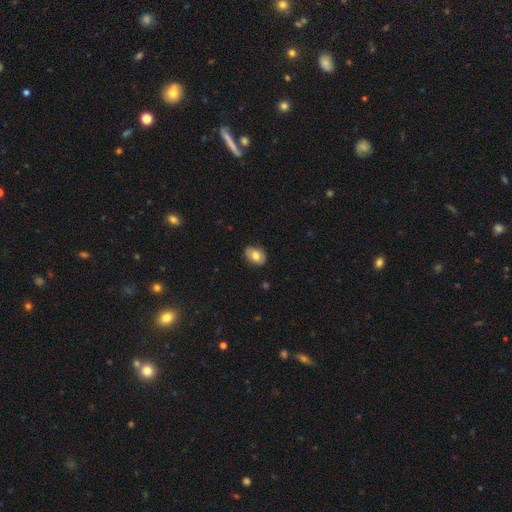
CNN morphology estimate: Overall: smooth (75%). How rounded: in between (80%). Merging: none (81%).